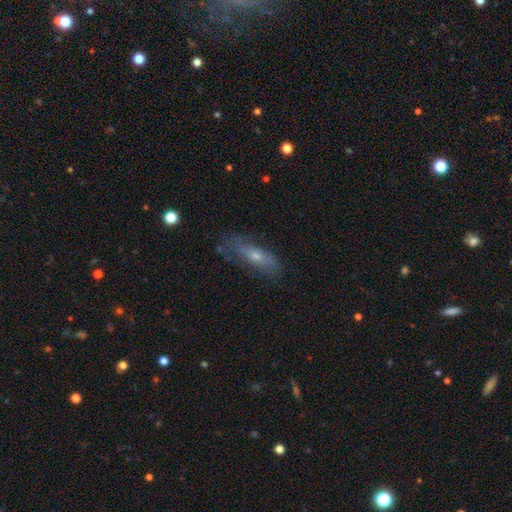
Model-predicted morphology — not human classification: A smooth galaxy with no disk features (48%).

Vote fractions:
- Smooth or featured? smooth: 48% / featured or disk: 42% / star or artifact: 10%
- Merging? none: 62% / minor disturbance: 24% / major disturbance: 11% / merger: 2%